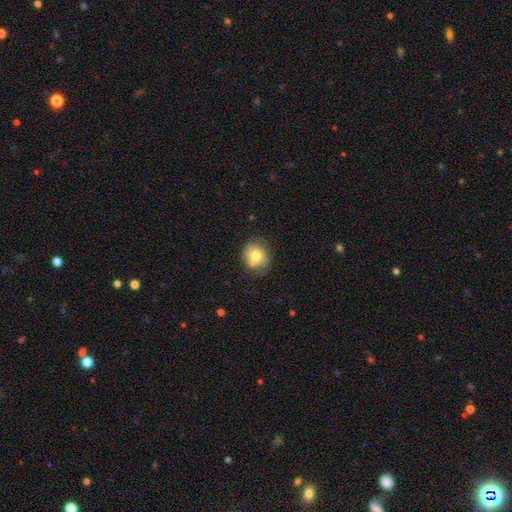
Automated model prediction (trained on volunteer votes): A smooth galaxy with no disk features (72%) that is round (75%). Merging: none (65%).